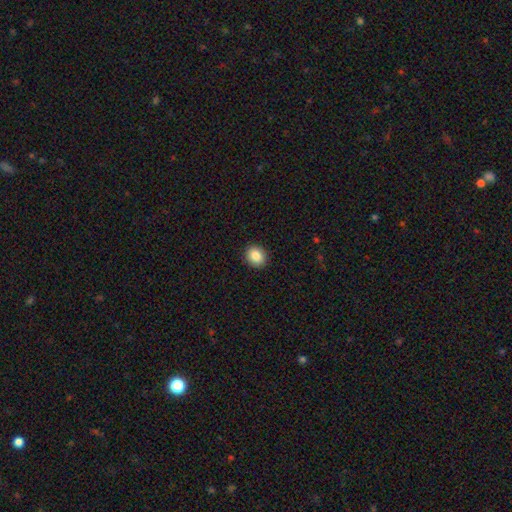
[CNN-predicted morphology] A smooth galaxy with no disk features (86%) that is round (68%).

Vote fractions:
- Smooth or featured? smooth: 86% / star or artifact: 9% / featured or disk: 5%
- How rounded? round: 68% / in between: 31% / cigar-shaped: 1%
- Merging? none: 92% / minor disturbance: 6% / major disturbance: 2% / merger: 1%